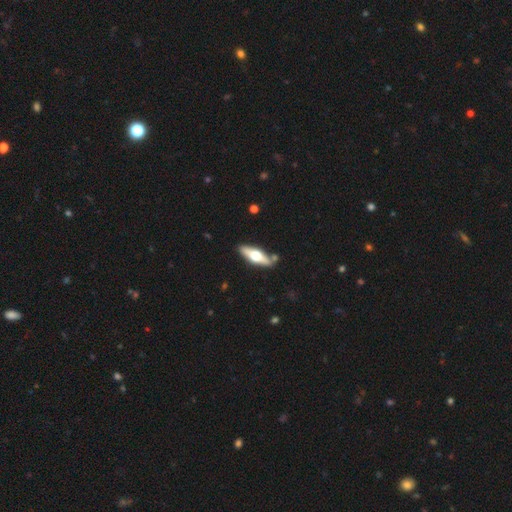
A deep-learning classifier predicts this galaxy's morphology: featured or disk 56%, smooth 39%, star or artifact 5%. Down the decision tree: edge-on disk — yes (88%); merging — none (82%).